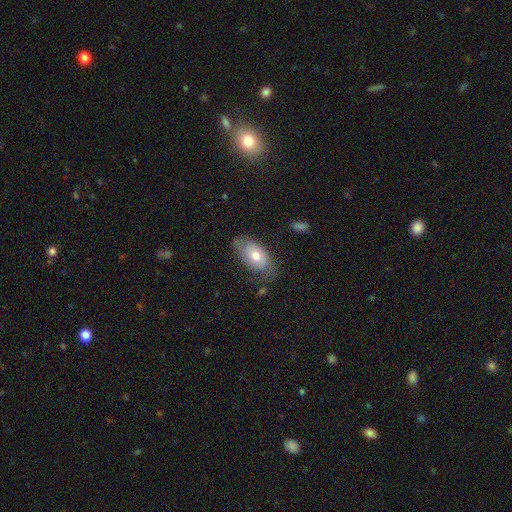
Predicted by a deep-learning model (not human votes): The model was most divided on "smooth or featured": smooth: 61%, featured or disk: 32%, star or artifact: 7%. More confident: how rounded — in between (92%); merging — none (59%).